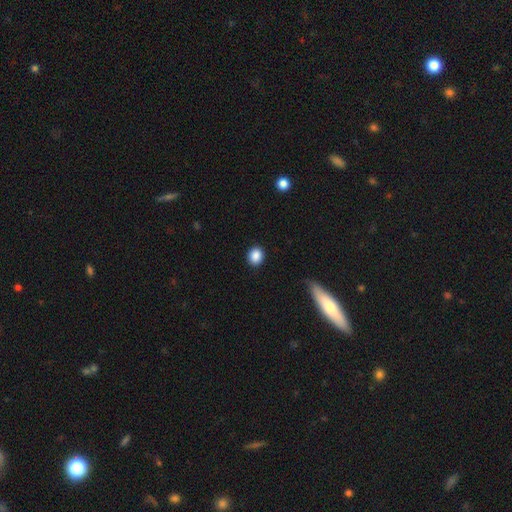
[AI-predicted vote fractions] A smooth galaxy with no disk features (88%) that is round (71%).

Vote fractions:
- Smooth or featured? smooth: 88% / star or artifact: 8% / featured or disk: 3%
- How rounded? round: 71% / in between: 28% / cigar-shaped: 1%
- Merging? none: 90% / minor disturbance: 7% / major disturbance: 2% / merger: 1%